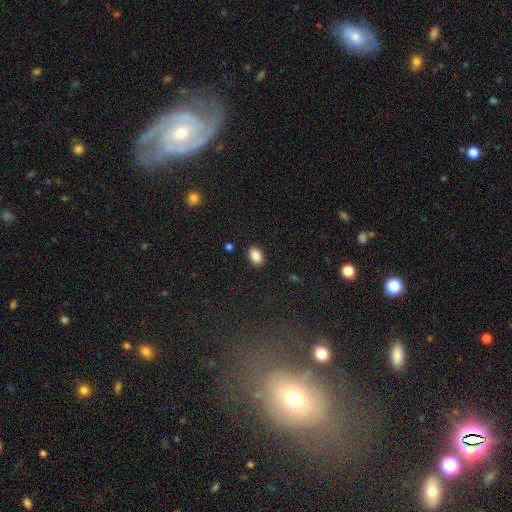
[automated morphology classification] This appears to be a smooth galaxy with no disk features (87%) that is in between round and cigar-shaped (84%). Merging: none (89%).